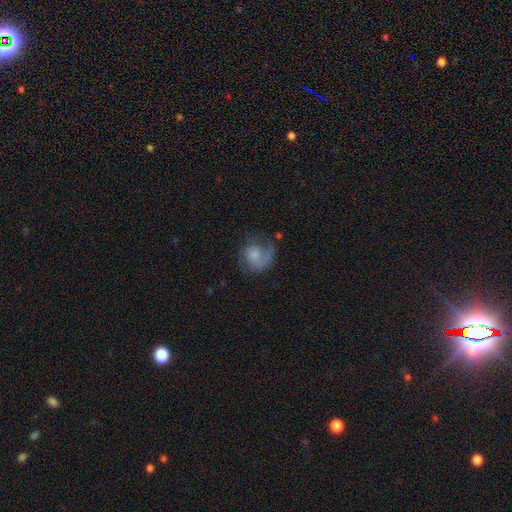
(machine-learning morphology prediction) Smooth or featured? featured or disk (49%)
Merging? none (46%)